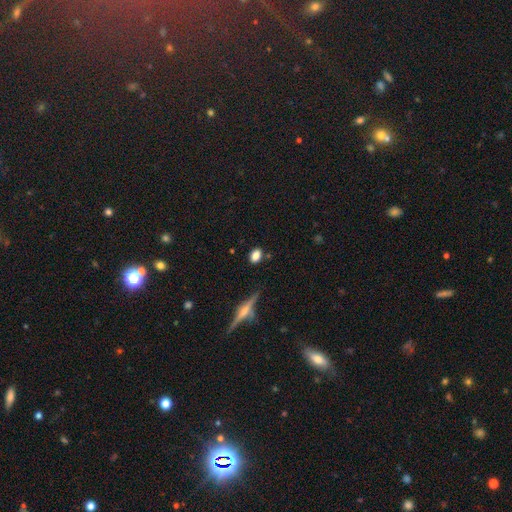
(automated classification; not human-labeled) The model was most divided on "how rounded": in between: 73%, round: 23%, cigar-shaped: 3%. More confident: merging — none (82%); smooth or featured — smooth (79%).